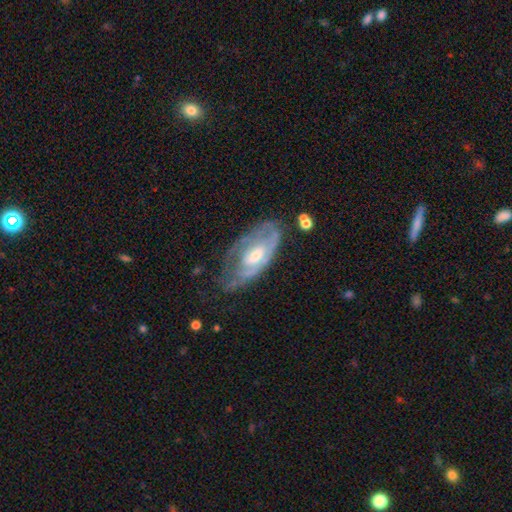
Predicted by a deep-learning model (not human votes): Overall: featured or disk (76%). Edge-on disk: no (90%). Bar: no (50%; weak 39%). Spiral arms: yes (75%). Spiral arm count: can't tell (47%; 2 28%). Spiral winding: tight (59%; medium 31%). Bulge size: moderate (60%; small 29%). Merging: none (54%; minor disturbance 27%).